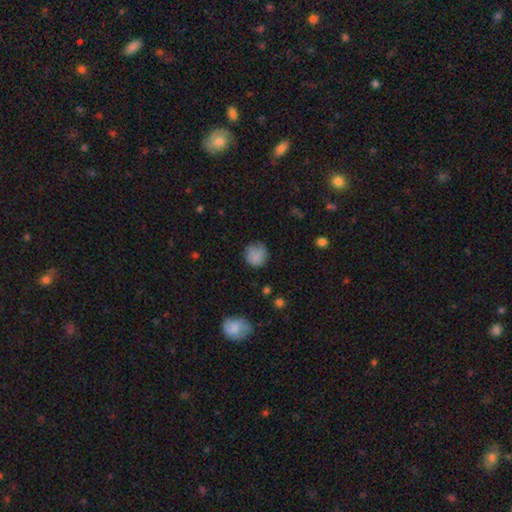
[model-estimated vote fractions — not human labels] Smooth or featured? smooth (81%)
How rounded? round (87%)
Merging? none (70%)